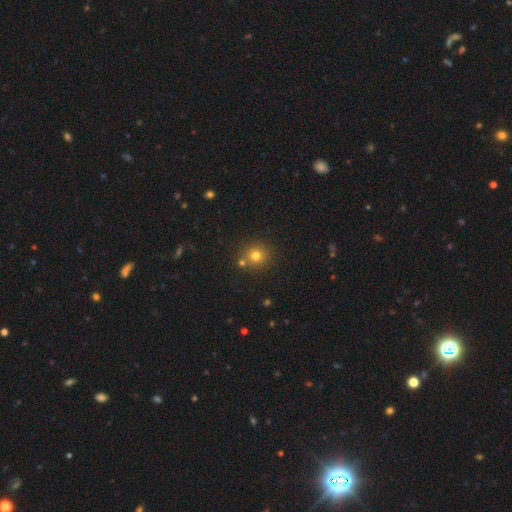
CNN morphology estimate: This is likely a smooth galaxy (76%). How rounded: clearly round (92%). Merging: likely none (77%).